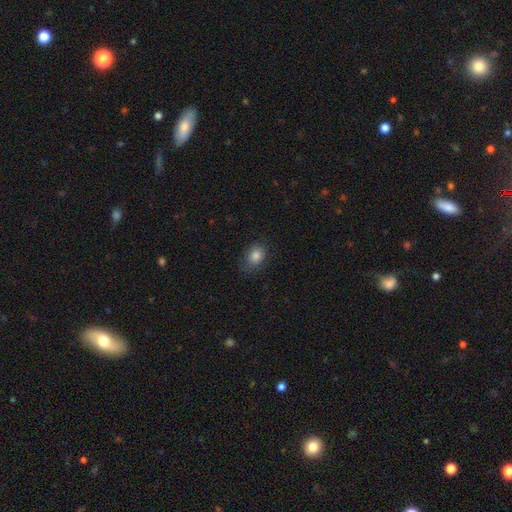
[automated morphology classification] A smooth galaxy with no disk features (83%) that is in between round and cigar-shaped (63%).

Vote fractions:
- Smooth or featured? smooth: 83% / star or artifact: 10% / featured or disk: 7%
- How rounded? in between: 63% / round: 36% / cigar-shaped: 1%
- Merging? none: 77% / minor disturbance: 18% / major disturbance: 5% / merger: 1%